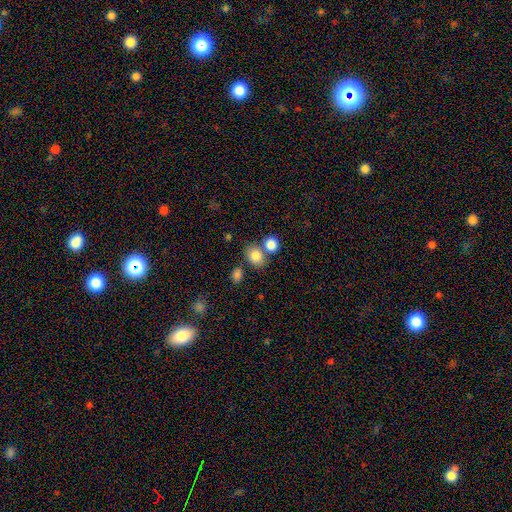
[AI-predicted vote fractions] Smooth or featured? Predicted: smooth (p=0.83). How rounded? Predicted: round (p=0.59). Merging? Predicted: none (p=0.62).